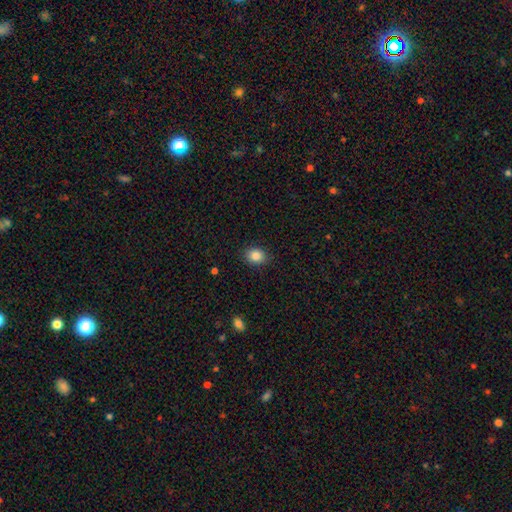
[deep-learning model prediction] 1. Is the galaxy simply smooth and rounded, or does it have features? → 86% smooth, 10% star or artifact, 5% featured or disk.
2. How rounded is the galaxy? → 54% round, 45% in between, 1% cigar-shaped.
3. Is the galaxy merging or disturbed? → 88% none, 9% minor disturbance, 2% major disturbance, 1% merger.